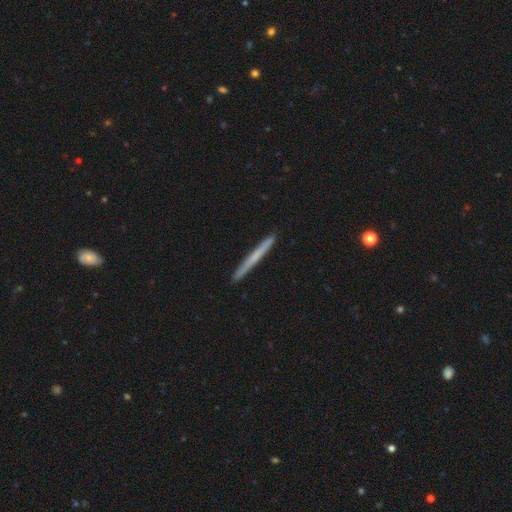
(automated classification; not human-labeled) Smooth or featured?
  - smooth: 51% *
  - featured or disk: 44%
  - star or artifact: 6%
How rounded?
  - cigar-shaped: 97% *
  - in between: 2%
  - round: 1%
Merging?
  - none: 92% *
  - minor disturbance: 6%
  - major disturbance: 1%
  - merger: 1%